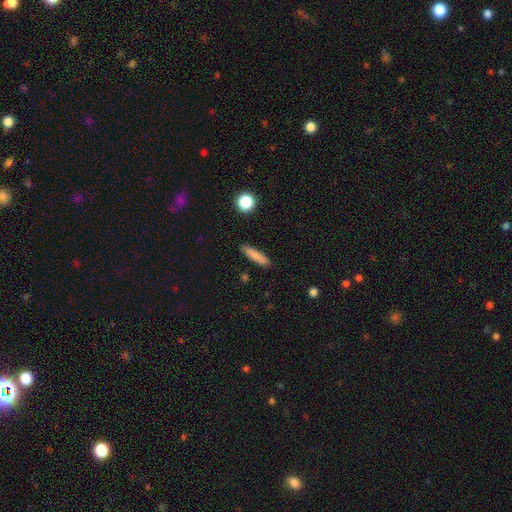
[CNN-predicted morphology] Overall: smooth (82%). How rounded: cigar-shaped (85%). Merging: none (89%).